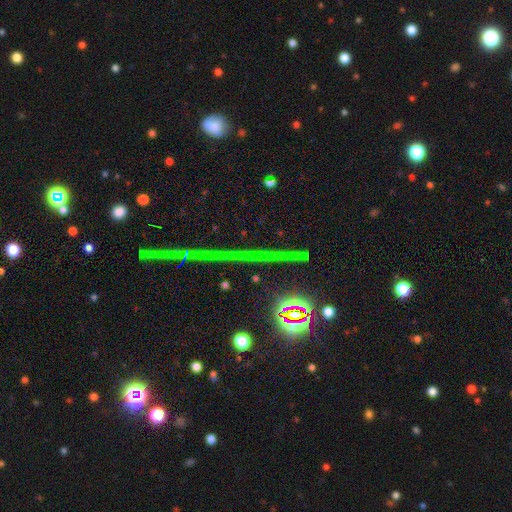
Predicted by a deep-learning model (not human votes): Overall: star or artifact (80%).